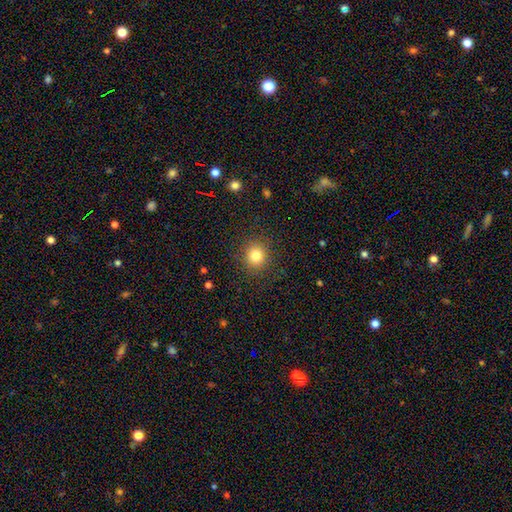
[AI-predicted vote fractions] Smooth or featured? smooth (81%)
How rounded? round (85%)
Merging? none (88%)